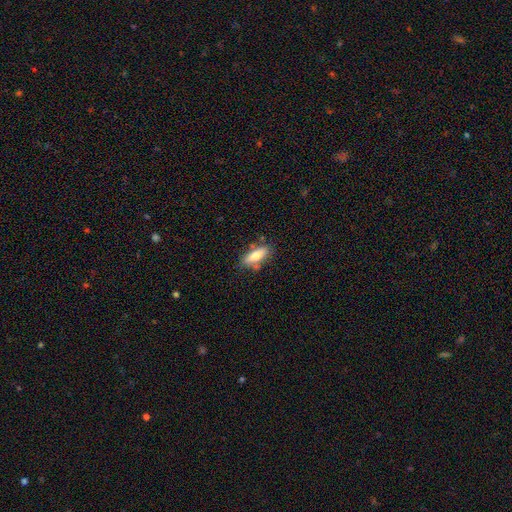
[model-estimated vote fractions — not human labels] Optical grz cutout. It shows a smooth galaxy with no disk features (69%) that is in between round and cigar-shaped (64%). Merging: none (72%).